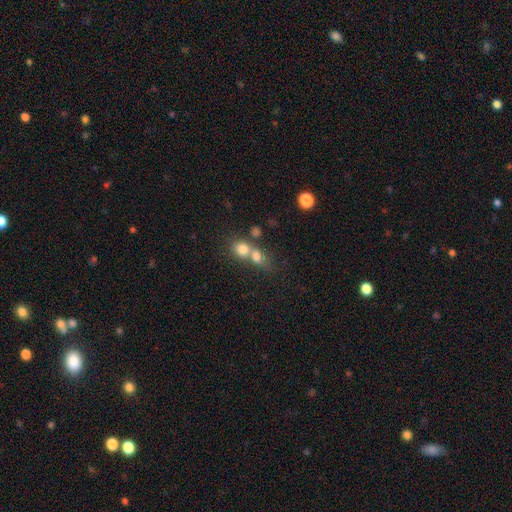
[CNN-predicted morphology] smooth-or-featured: smooth: 62% | star or artifact: 19% | featured or disk: 19%
  how-rounded: round: 70% | in between: 27% | cigar-shaped: 4%
  merging: merger: 59% | none: 31% | minor disturbance: 6% | major disturbance: 4%